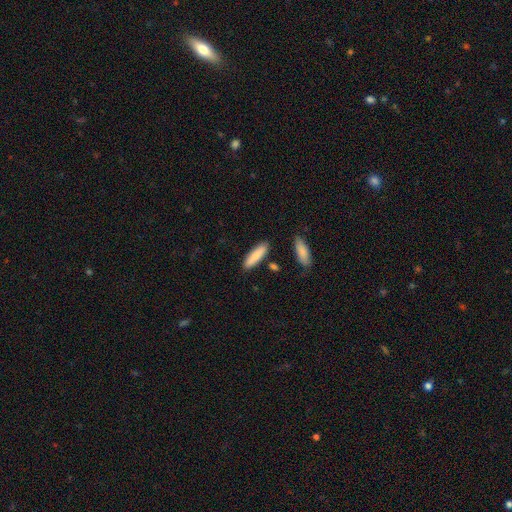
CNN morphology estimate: Q: Smooth or featured?
A: smooth (85%); runner-up: featured or disk (10%)
Q: How rounded?
A: cigar-shaped (63%); runner-up: in between (36%)
Q: Merging?
A: none (84%); runner-up: minor disturbance (10%)